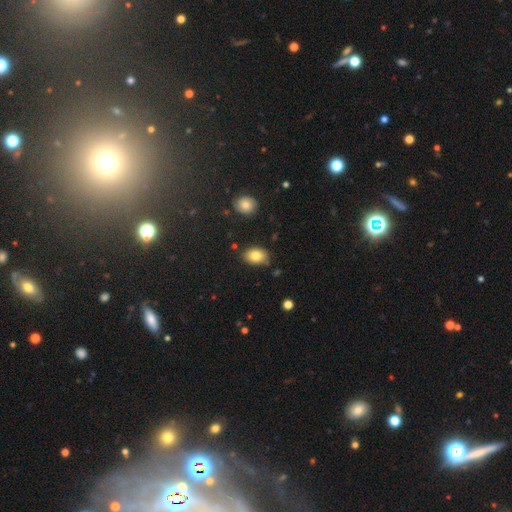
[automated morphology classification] This is clearly a smooth galaxy (82%). How rounded: clearly in between (84%). Merging: likely none (80%).